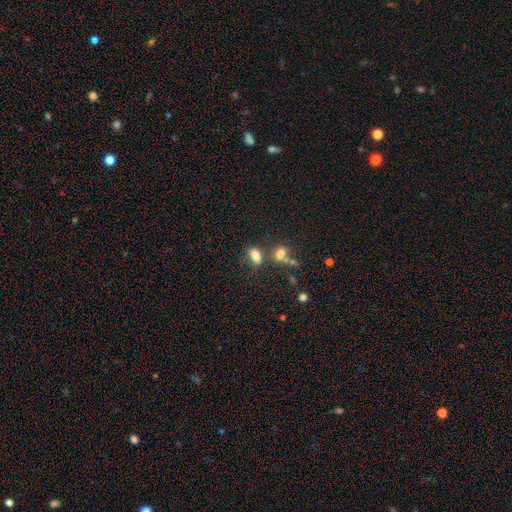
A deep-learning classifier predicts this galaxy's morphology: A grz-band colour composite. It shows a smooth galaxy with no disk features (80%) that is in between round and cigar-shaped (85%). Merging: none (54%).